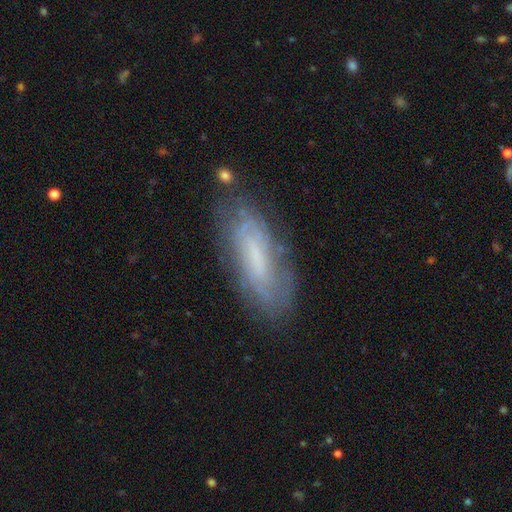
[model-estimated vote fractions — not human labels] Overall: featured or disk (50%; smooth 42%). Edge-on disk: no (79%). Merging: none (71%).